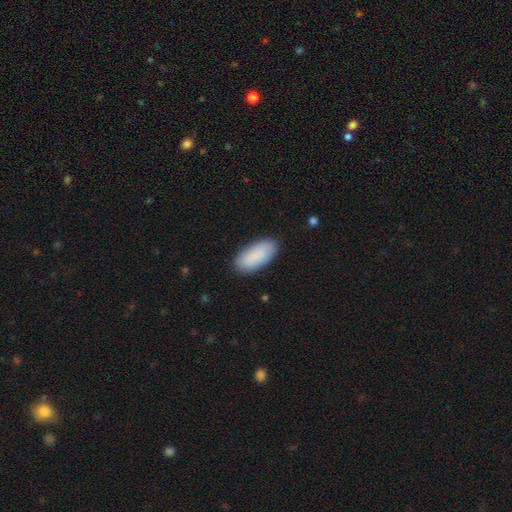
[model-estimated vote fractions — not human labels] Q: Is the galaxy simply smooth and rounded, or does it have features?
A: smooth — 89%.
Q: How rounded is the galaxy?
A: in between — 91%.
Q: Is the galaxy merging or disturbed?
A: none — 87%.